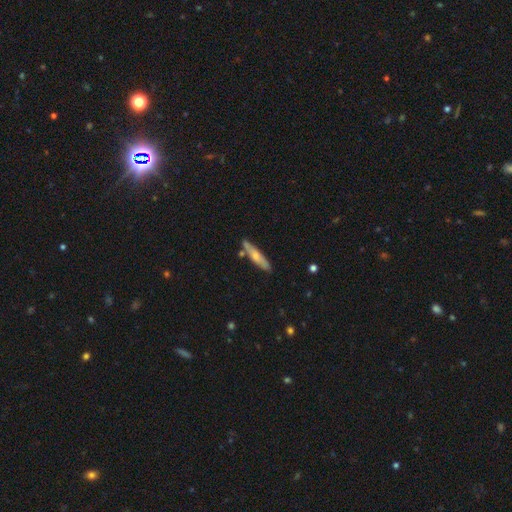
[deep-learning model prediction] Q: Smooth or featured?
A: smooth (59%); runner-up: featured or disk (36%)
Q: How rounded?
A: cigar-shaped (85%); runner-up: in between (13%)
Q: Merging?
A: none (77%); runner-up: minor disturbance (14%)